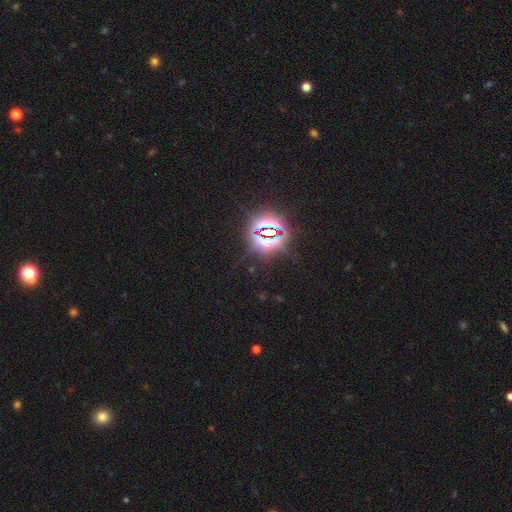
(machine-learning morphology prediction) Smooth or featured? Predicted: star or artifact (p=0.84).